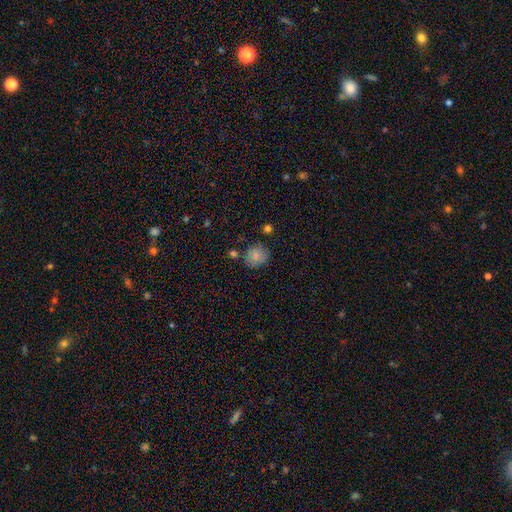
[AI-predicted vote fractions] Q: Smooth or featured?
A: smooth (81%); runner-up: featured or disk (10%)
Q: How rounded?
A: round (71%); runner-up: in between (28%)
Q: Merging?
A: none (72%); runner-up: minor disturbance (17%)